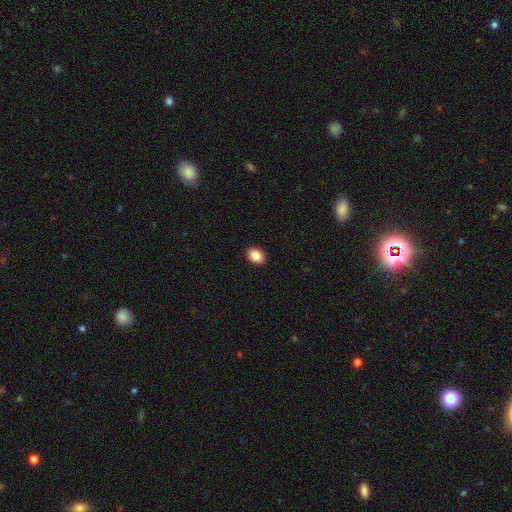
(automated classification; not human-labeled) This is clearly a smooth galaxy (87%). How rounded: likely in between (75%). Merging: clearly none (92%).